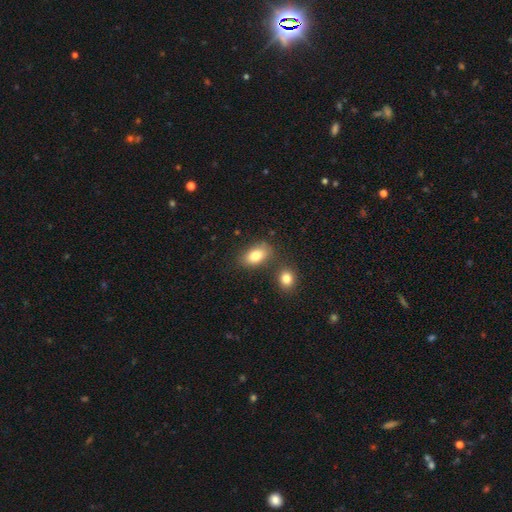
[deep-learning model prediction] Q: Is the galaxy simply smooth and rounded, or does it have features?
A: smooth — 84%.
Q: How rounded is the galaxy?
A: in between — 89%.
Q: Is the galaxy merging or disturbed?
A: none — 70%.